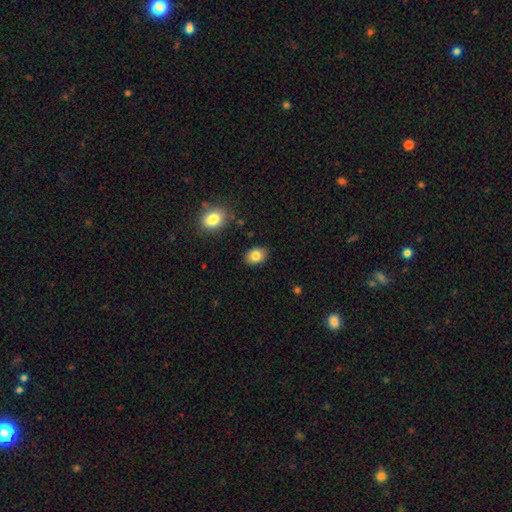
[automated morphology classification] Q: Smooth or featured?
A: smooth (83%); runner-up: featured or disk (9%)
Q: How rounded?
A: in between (71%); runner-up: round (28%)
Q: Merging?
A: none (88%); runner-up: minor disturbance (9%)